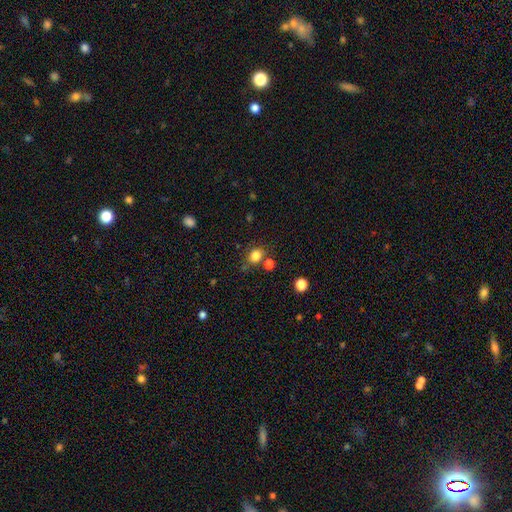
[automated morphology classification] A smooth galaxy with no disk features (81%) that is round (68%). Merging: none (71%).